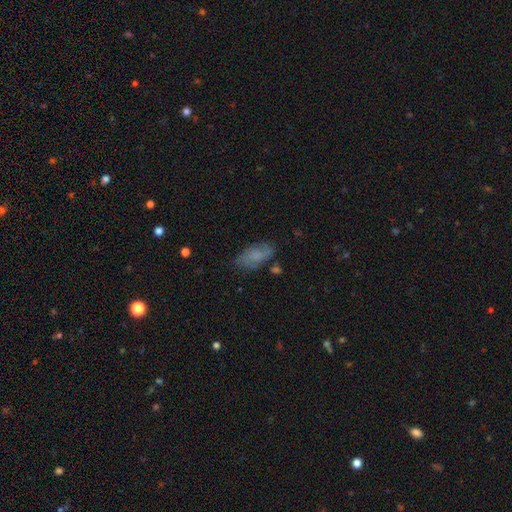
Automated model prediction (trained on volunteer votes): Q: Smooth or featured?
A: smooth (57%); runner-up: featured or disk (33%)
Q: How rounded?
A: in between (86%); runner-up: cigar-shaped (10%)
Q: Merging?
A: none (68%); runner-up: minor disturbance (21%)